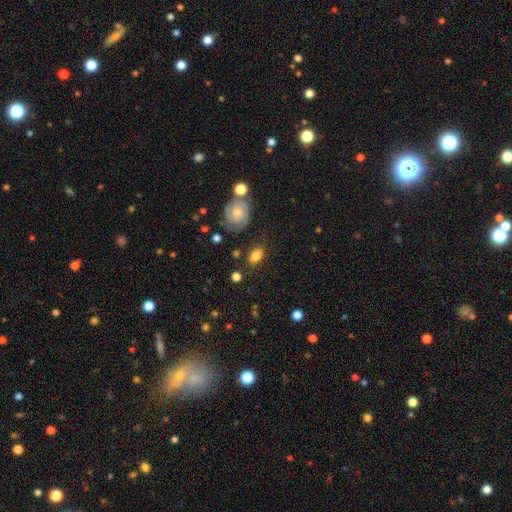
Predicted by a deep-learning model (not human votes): Q: Smooth or featured?
A: smooth (76%); runner-up: featured or disk (15%)
Q: How rounded?
A: in between (84%); runner-up: round (13%)
Q: Merging?
A: none (75%); runner-up: minor disturbance (15%)